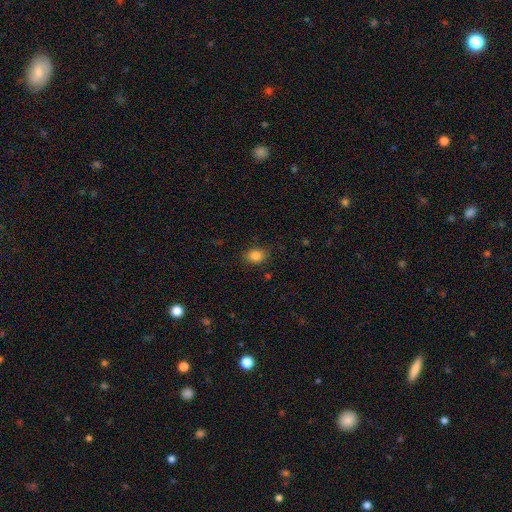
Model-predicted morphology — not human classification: The model was most divided on "how rounded": in between: 53%, round: 45%, cigar-shaped: 1%. More confident: smooth or featured — smooth (85%); merging — none (84%).